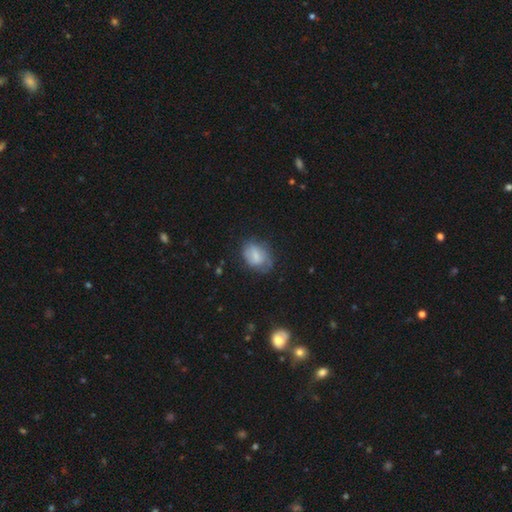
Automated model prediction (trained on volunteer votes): This appears to be a smooth galaxy with no disk features (63%) that is in between round and cigar-shaped (74%). Merging: none (57%).